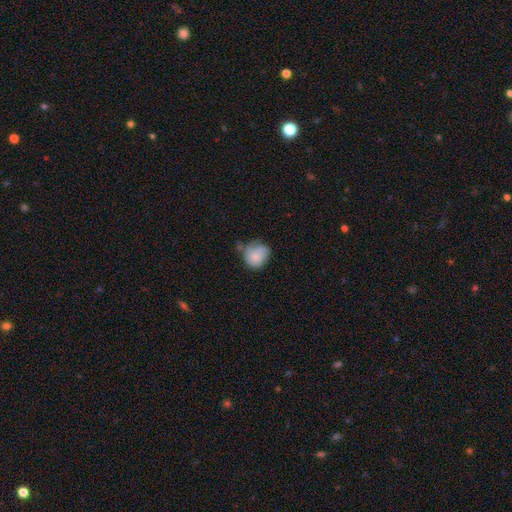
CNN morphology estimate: smooth_or_featured: smooth (p=0.77) [alt: featured or disk p=0.16]
how_rounded: round (p=0.75) [alt: in between p=0.24]
merging: none (p=0.43) [alt: minor disturbance p=0.38]